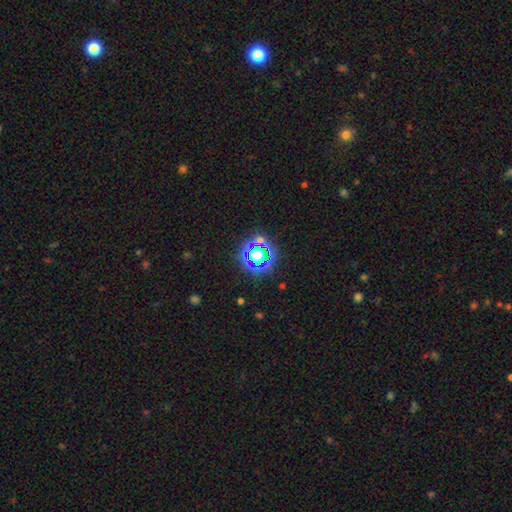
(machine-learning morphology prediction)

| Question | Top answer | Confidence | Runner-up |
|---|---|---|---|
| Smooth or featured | star or artifact | 58% | smooth (29%) |